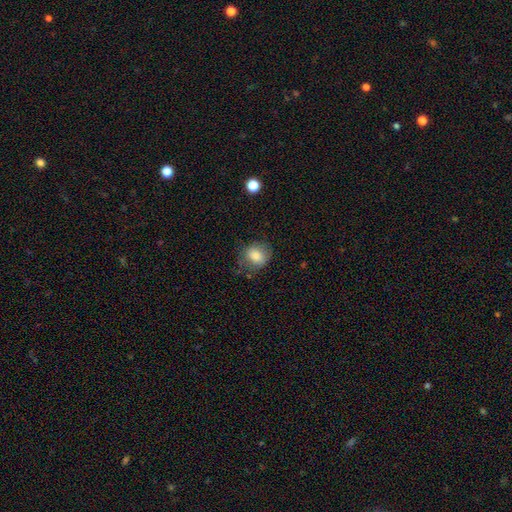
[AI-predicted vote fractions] smooth 80%, featured or disk 11%, star or artifact 9%. Down the decision tree: how rounded — round (67%); merging — none (63%).